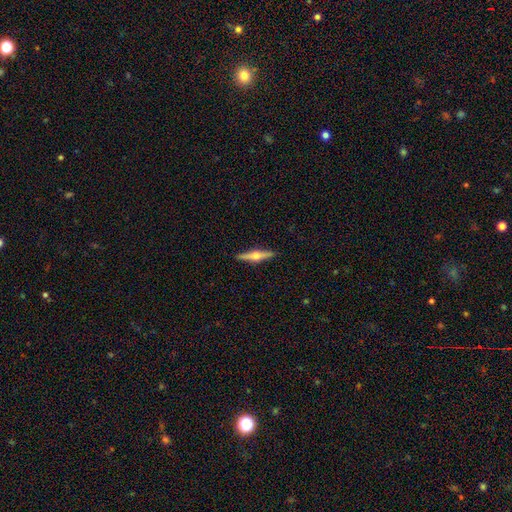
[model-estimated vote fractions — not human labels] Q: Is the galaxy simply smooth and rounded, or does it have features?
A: featured or disk — 71%.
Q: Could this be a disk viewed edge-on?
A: yes — 98%.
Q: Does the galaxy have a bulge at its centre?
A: rounded — 94%.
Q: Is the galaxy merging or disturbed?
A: none — 91%.